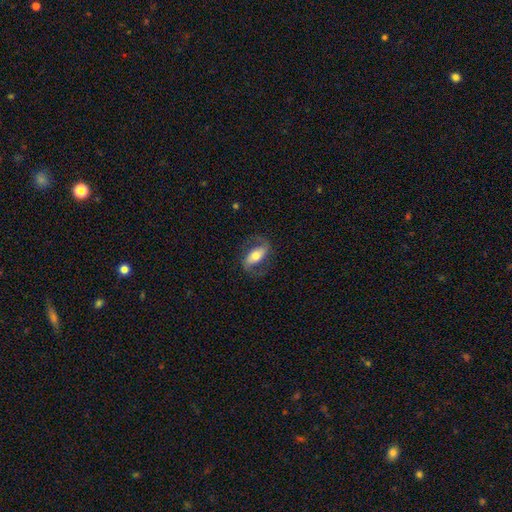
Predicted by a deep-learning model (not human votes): Smooth or featured: featured or disk — 64% (smooth — 29%)
Edge-on disk: no — 92% (yes — 8%)
Bar: strong — 41% (no — 31%)
Spiral arms: yes — 85% (no — 15%)
Spiral winding: medium — 46% (loose — 36%)
Spiral arm count: 2 — 89% (can't tell — 5%)
Bulge size: moderate — 62% (small — 18%)
Merging: none — 73% (minor disturbance — 15%)